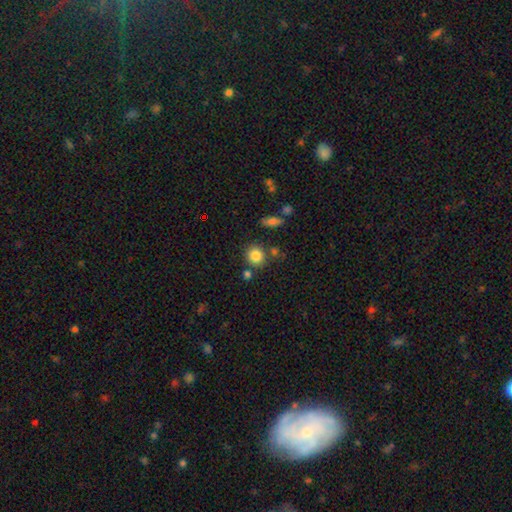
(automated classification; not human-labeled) Smooth or featured? Predicted: smooth (p=0.84). How rounded? Predicted: round (p=0.86). Merging? Predicted: none (p=0.77).